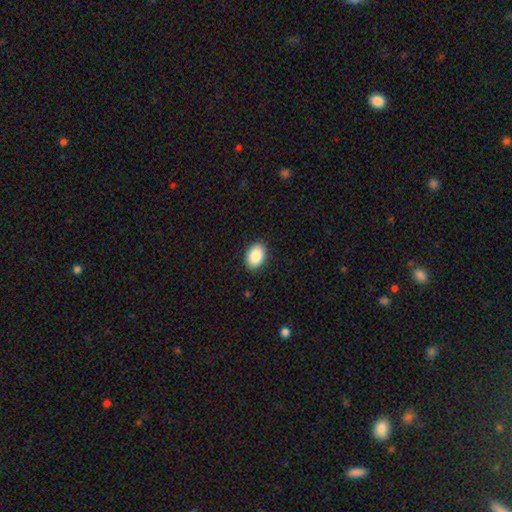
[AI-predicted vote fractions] A smooth galaxy with no disk features (89%) that is in between round and cigar-shaped (83%).

Vote fractions:
- Smooth or featured? smooth: 89% / star or artifact: 7% / featured or disk: 4%
- How rounded? in between: 83% / round: 16% / cigar-shaped: 1%
- Merging? none: 89% / minor disturbance: 8% / major disturbance: 2% / merger: 1%